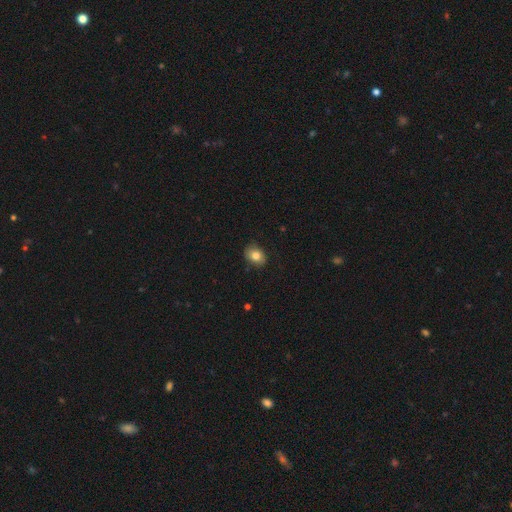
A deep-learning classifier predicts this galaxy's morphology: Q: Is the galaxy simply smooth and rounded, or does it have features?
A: smooth — 81%.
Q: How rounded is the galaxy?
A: in between — 60%.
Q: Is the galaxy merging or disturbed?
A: none — 84%.